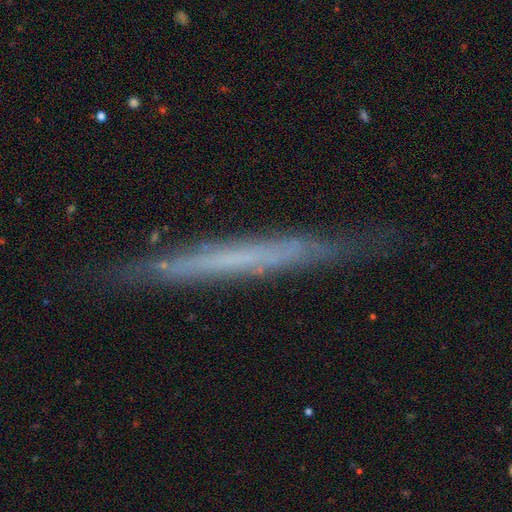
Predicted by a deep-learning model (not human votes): Overall: featured or disk (49%; smooth 42%). Merging: none (79%).